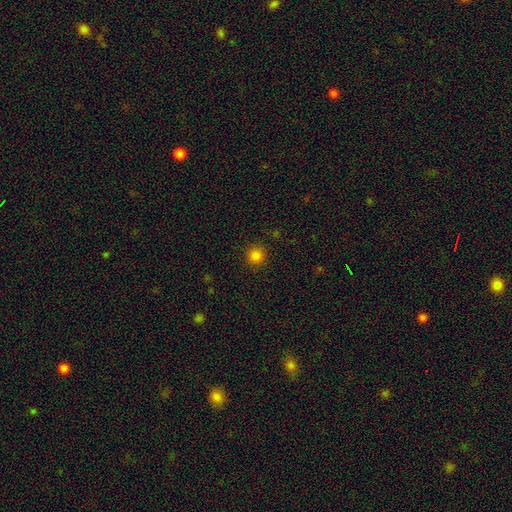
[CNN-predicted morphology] type=smooth (83%); roundness=round (94%); merging=none (91%).